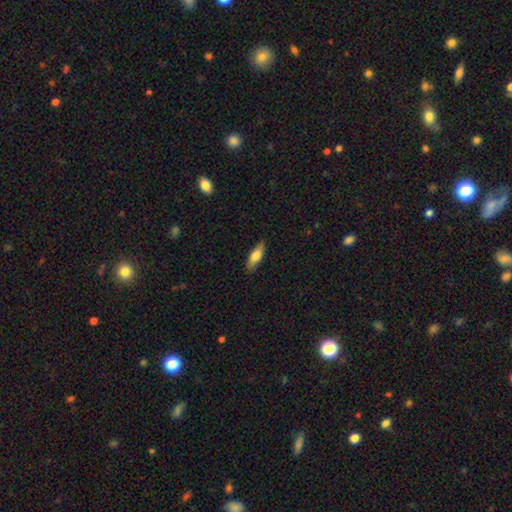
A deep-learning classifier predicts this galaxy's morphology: smooth 69%, featured or disk 25%, star or artifact 6%. Down the decision tree: how rounded — in between (57%); merging — none (85%).